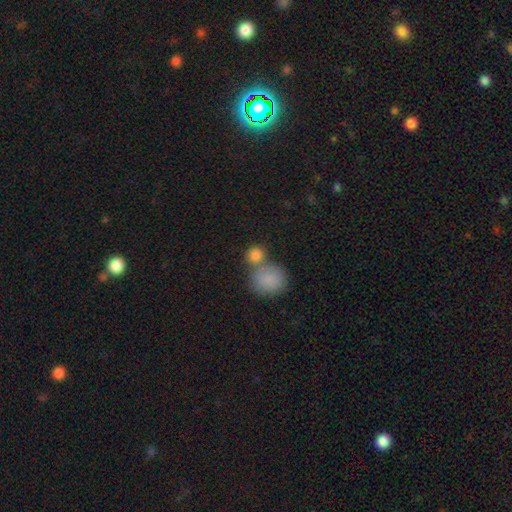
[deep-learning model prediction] A smooth galaxy with no disk features (83%) that is round (83%).

Vote fractions:
- Smooth or featured? smooth: 83% / star or artifact: 10% / featured or disk: 7%
- How rounded? round: 83% / in between: 16% / cigar-shaped: 1%
- Merging? none: 51% / merger: 37% / minor disturbance: 8% / major disturbance: 4%